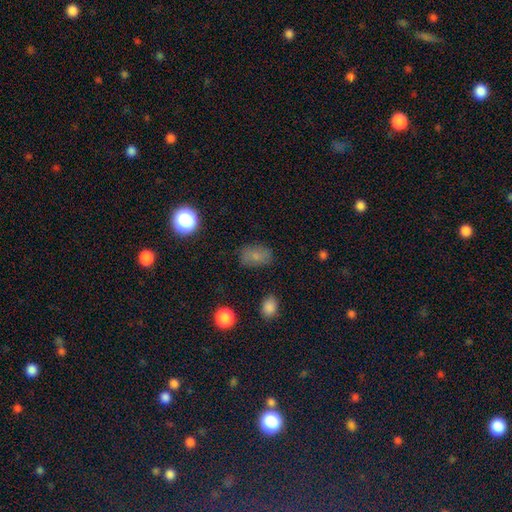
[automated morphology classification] The model was most divided on "merging": none: 77%, minor disturbance: 16%, major disturbance: 5%, merger: 2%. More confident: how rounded — in between (83%); smooth or featured — smooth (76%).